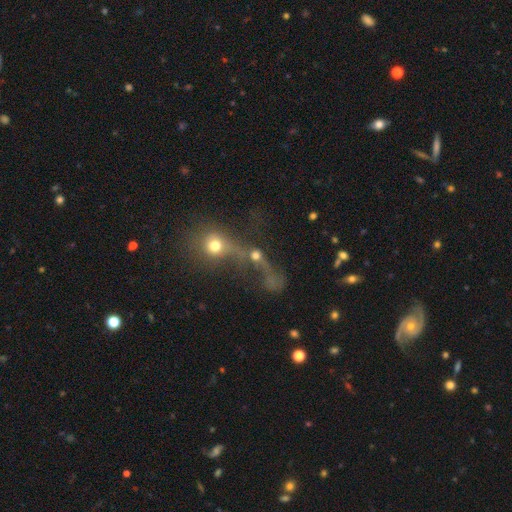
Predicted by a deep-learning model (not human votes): Smooth or featured? Predicted: smooth (p=0.50). How rounded? Predicted: round (p=0.68). Merging? Predicted: merger (p=0.61).